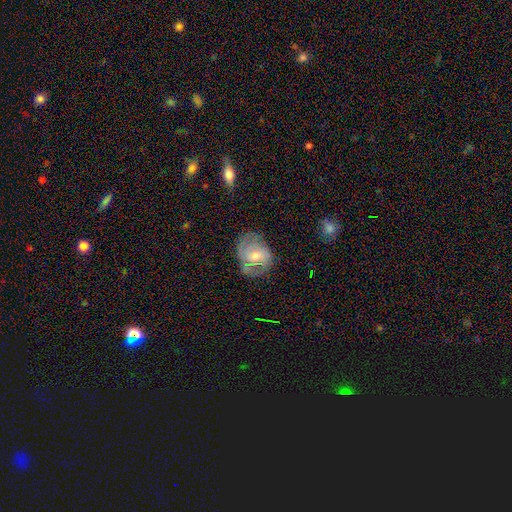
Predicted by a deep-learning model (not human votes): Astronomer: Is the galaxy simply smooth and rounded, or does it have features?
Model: featured or disk — 59%.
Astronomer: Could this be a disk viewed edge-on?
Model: no — 97%.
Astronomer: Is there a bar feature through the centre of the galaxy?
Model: no — 58% (runner-up: weak, 36%).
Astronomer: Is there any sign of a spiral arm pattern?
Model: yes — 78%.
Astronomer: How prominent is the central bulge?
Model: moderate — 55% (runner-up: small, 39%).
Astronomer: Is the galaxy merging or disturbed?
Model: none — 58%.